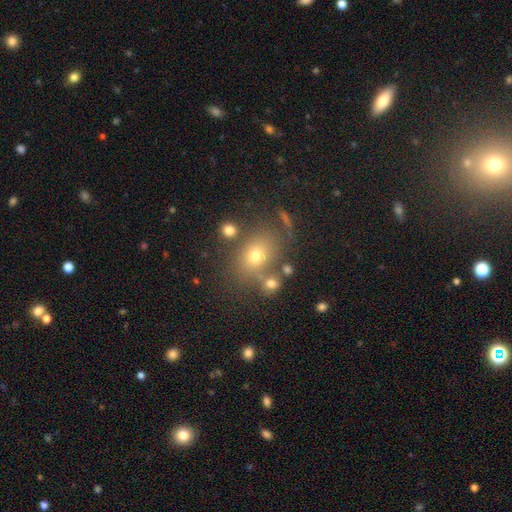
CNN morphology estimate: This appears to be a smooth galaxy with no disk features (69%) that is in between round and cigar-shaped (55%). Merging: none (66%).